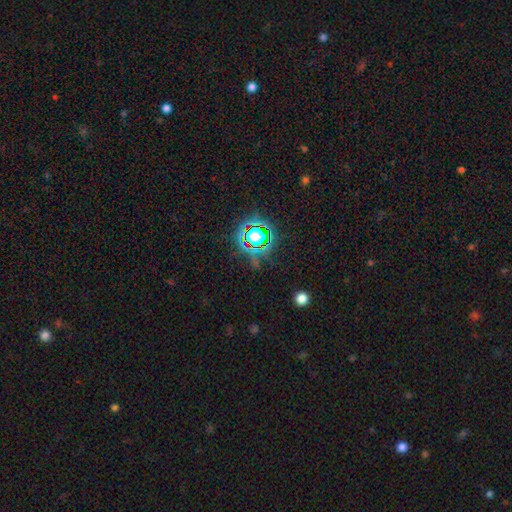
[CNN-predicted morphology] This is clearly a star or artifact rather than a galaxy (80%).